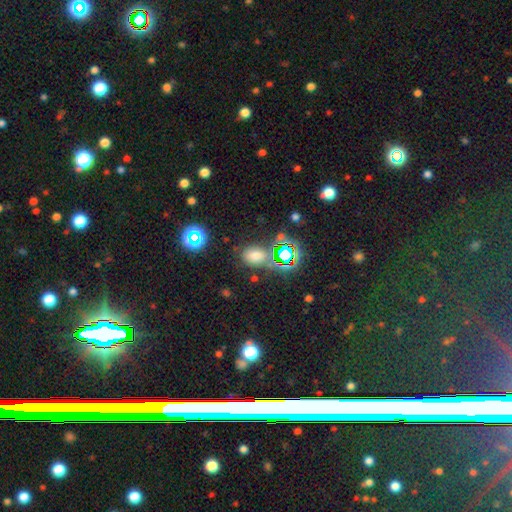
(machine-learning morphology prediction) This appears to be a smooth galaxy with no disk features (61%) that is in between round and cigar-shaped (72%). Merging: none (73%).